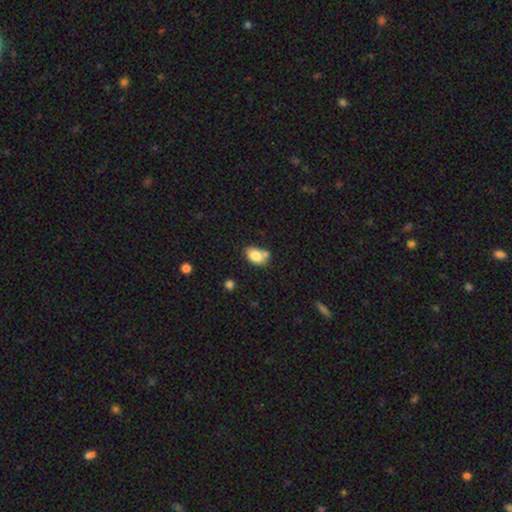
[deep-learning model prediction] Smooth or featured? smooth (80%)
How rounded? in between (85%)
Merging? none (49%)